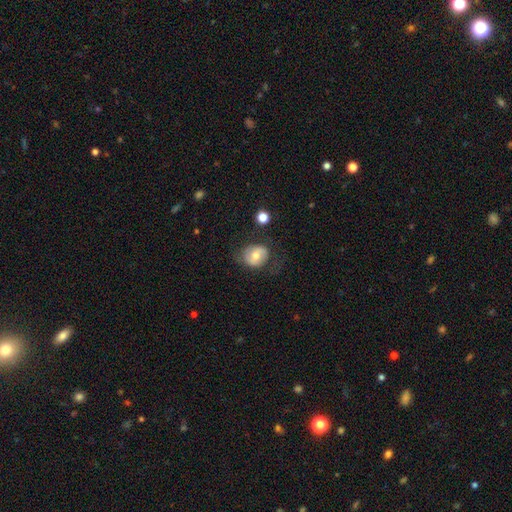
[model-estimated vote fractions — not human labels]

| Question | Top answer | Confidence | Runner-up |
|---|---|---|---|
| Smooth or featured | smooth | 58% | featured or disk (34%) |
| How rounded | round | 53% | in between (46%) |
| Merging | none | 60% | minor disturbance (24%) |